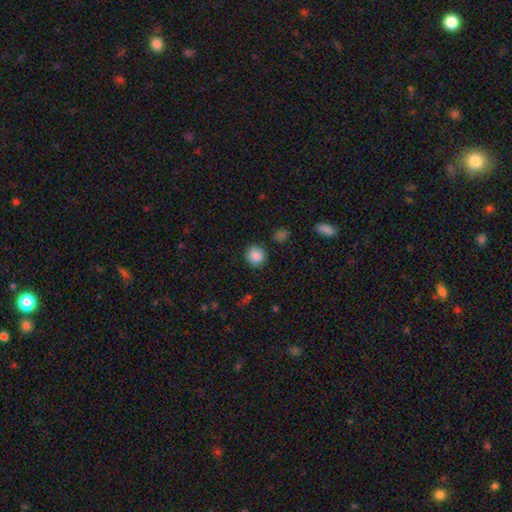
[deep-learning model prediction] Q: Smooth or featured?
A: smooth (88%); runner-up: star or artifact (9%)
Q: How rounded?
A: round (89%); runner-up: in between (10%)
Q: Merging?
A: none (88%); runner-up: minor disturbance (7%)